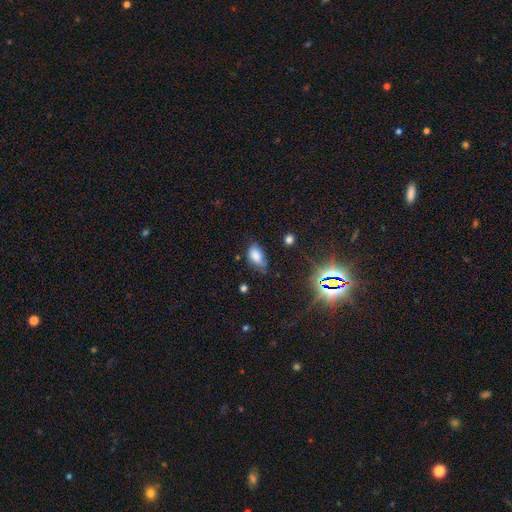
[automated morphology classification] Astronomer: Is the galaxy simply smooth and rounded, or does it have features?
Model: smooth — 79%.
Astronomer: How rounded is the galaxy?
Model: in between — 90%.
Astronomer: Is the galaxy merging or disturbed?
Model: none — 51% (runner-up: minor disturbance, 37%).